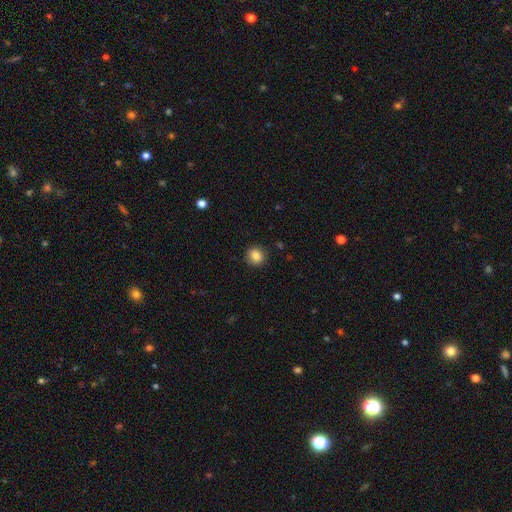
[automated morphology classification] Smooth or featured? Predicted: smooth (p=0.85). How rounded? Predicted: round (p=0.87). Merging? Predicted: none (p=0.90).